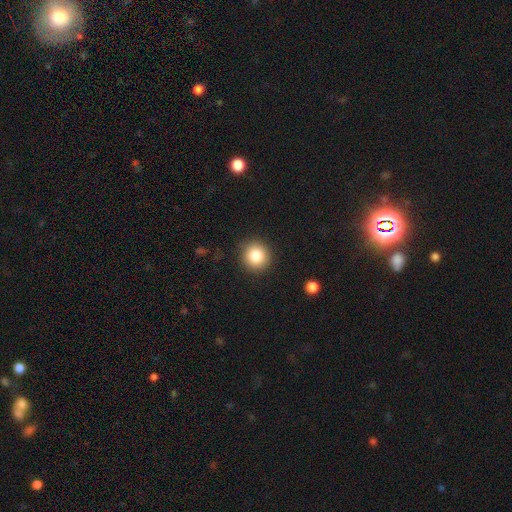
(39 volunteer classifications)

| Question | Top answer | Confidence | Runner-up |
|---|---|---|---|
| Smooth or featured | smooth | 90% | star or artifact (8%) |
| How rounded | round | 86% | in between (14%) |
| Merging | none | 81% | minor disturbance (17%) |